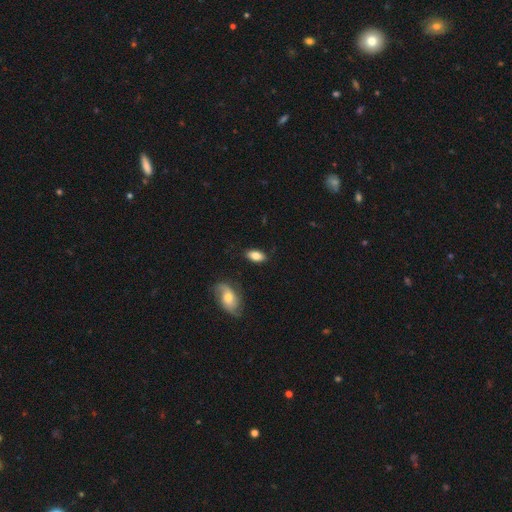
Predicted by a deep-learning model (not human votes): smooth_or_featured: smooth (p=0.82) [alt: featured or disk p=0.11]
how_rounded: in between (p=0.91) [alt: cigar-shaped p=0.05]
merging: none (p=0.84) [alt: minor disturbance p=0.11]